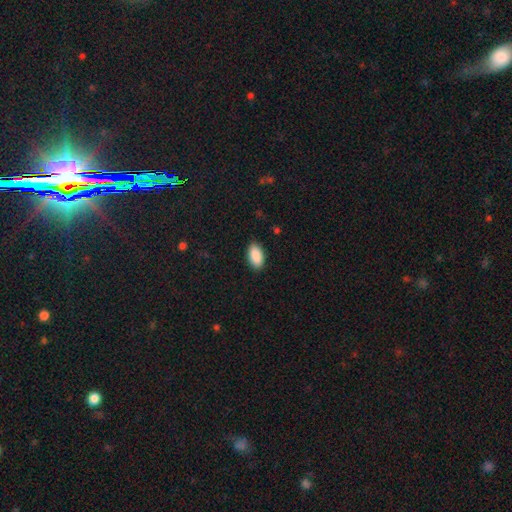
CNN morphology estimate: Q: Smooth or featured?
A: smooth (91%); runner-up: star or artifact (6%)
Q: How rounded?
A: in between (94%); runner-up: cigar-shaped (3%)
Q: Merging?
A: none (88%); runner-up: minor disturbance (9%)